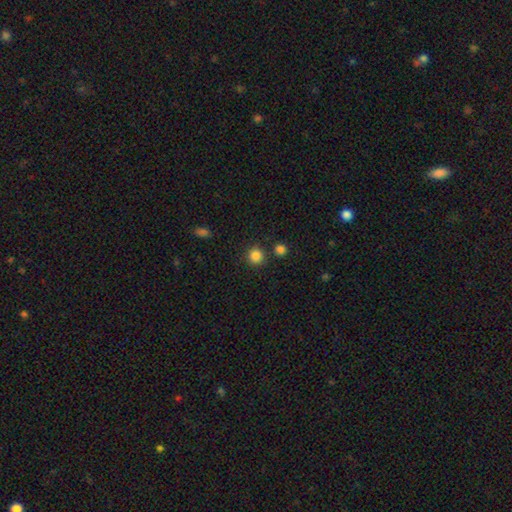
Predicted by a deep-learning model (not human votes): A smooth galaxy with no disk features (85%) that is round (92%). Merging: none (85%).